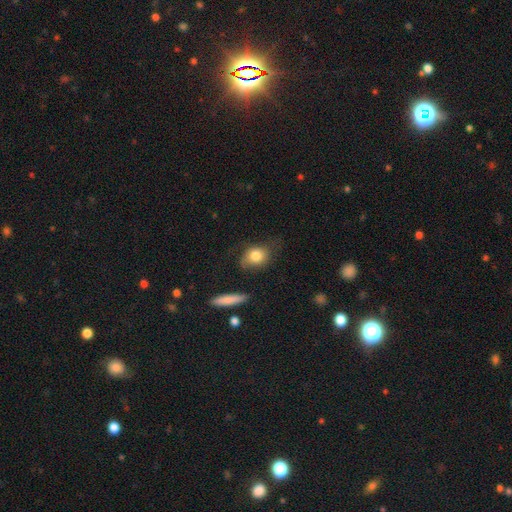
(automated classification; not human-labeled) Overall: smooth (79%). How rounded: in between (61%; round 36%). Merging: none (61%; minor disturbance 25%).